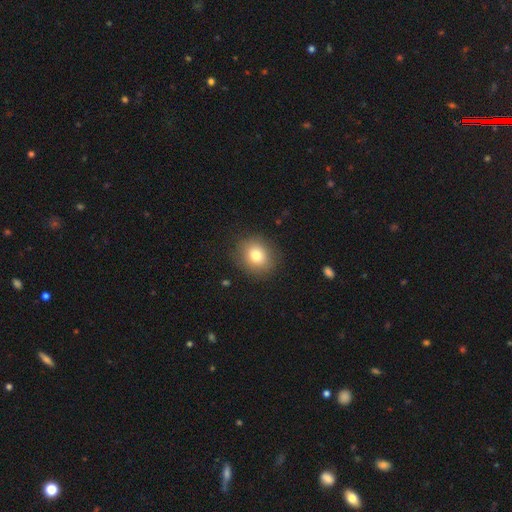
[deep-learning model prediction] Q: Smooth or featured?
A: smooth (78%); runner-up: star or artifact (11%)
Q: How rounded?
A: round (74%); runner-up: in between (25%)
Q: Merging?
A: none (87%); runner-up: minor disturbance (9%)